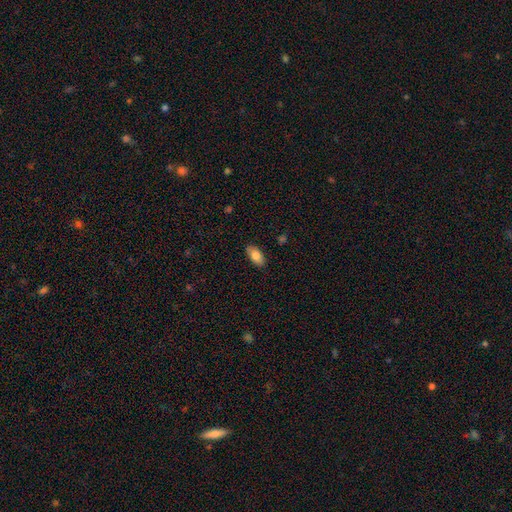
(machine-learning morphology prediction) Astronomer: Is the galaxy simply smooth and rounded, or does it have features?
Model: smooth — 83%.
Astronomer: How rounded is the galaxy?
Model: in between — 92%.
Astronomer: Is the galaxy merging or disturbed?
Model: none — 87%.